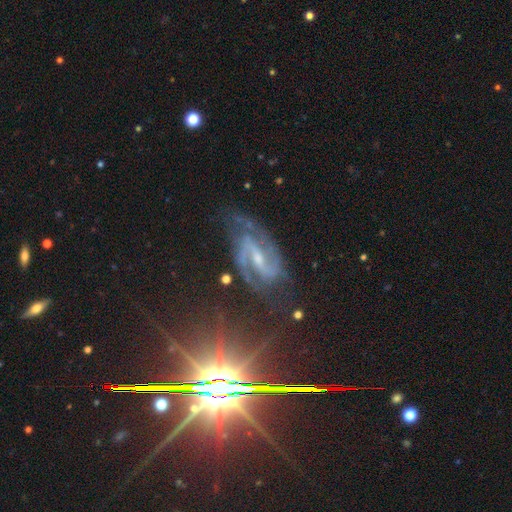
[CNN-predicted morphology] The model was most divided on "bar": strong: 47%, weak: 40%, no: 13%. More confident: spiral arms — yes (97%); edge-on disk — no (95%); spiral arm count — 2 (82%); smooth or featured — featured or disk (81%); bulge size — small (65%); merging — none (64%); spiral winding — medium (52%).